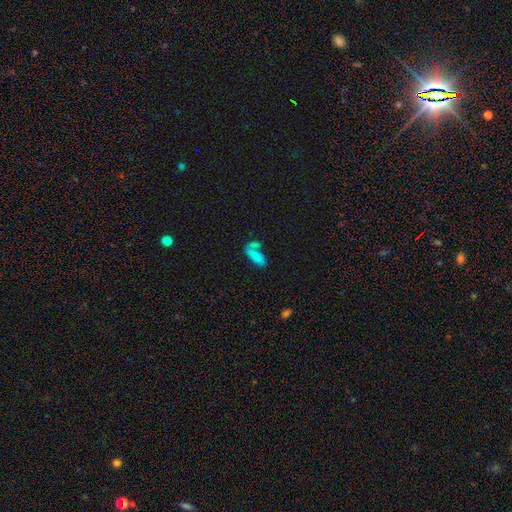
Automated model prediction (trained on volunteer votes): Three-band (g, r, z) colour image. It shows a smooth galaxy with no disk features (76%) that is in between round and cigar-shaped (63%). Merging: none (43%).